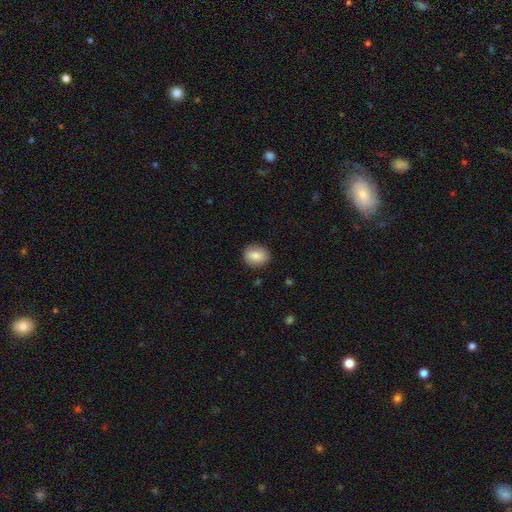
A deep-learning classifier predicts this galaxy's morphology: Smooth or featured?
  - smooth: 82% *
  - featured or disk: 10%
  - star or artifact: 8%
How rounded?
  - round: 55% *
  - in between: 44%
  - cigar-shaped: 1%
Merging?
  - none: 84% *
  - minor disturbance: 12%
  - major disturbance: 3%
  - merger: 1%